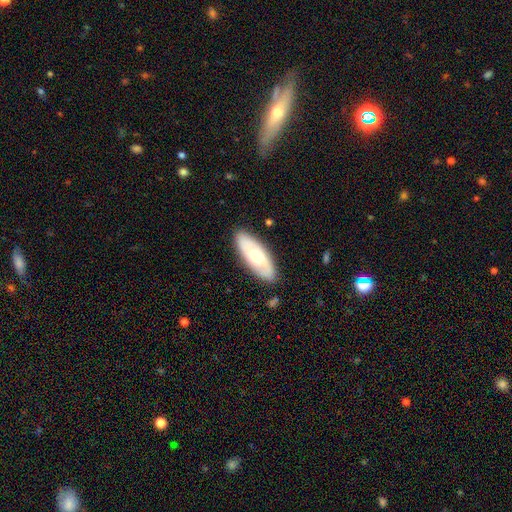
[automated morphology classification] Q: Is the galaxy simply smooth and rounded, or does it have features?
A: smooth — 48%.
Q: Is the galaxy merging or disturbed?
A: none — 86%.